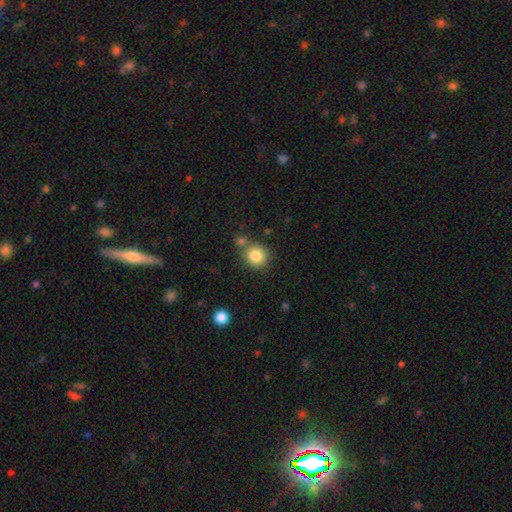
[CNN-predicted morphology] A smooth galaxy with no disk features (83%) that is round (86%). Merging: none (68%).